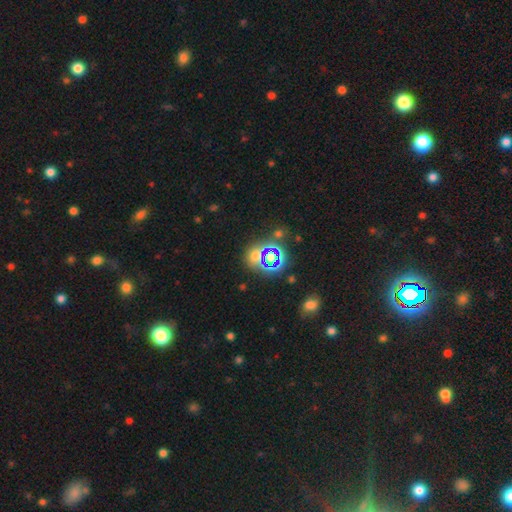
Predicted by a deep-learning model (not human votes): This appears to be a star or artifact, not a galaxy (55%).